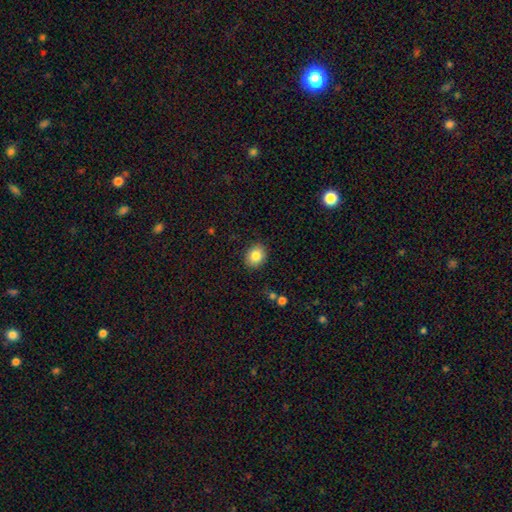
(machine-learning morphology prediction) This appears to be a smooth galaxy with no disk features (84%) that is round (54%). Merging: none (89%).